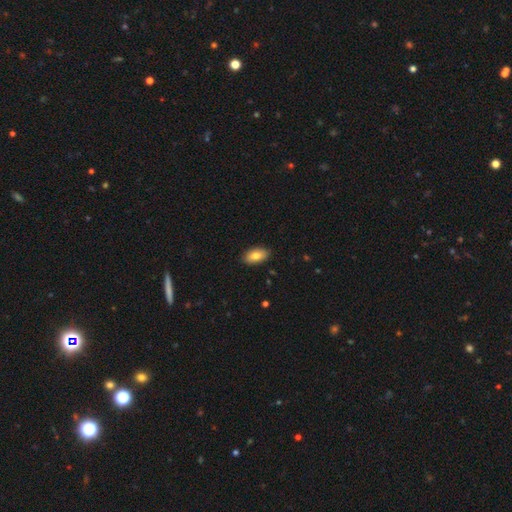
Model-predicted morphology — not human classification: smooth_or_featured: smooth (p=0.82) [alt: featured or disk p=0.12]
how_rounded: in between (p=0.94) [alt: round p=0.03]
merging: none (p=0.89) [alt: minor disturbance p=0.09]